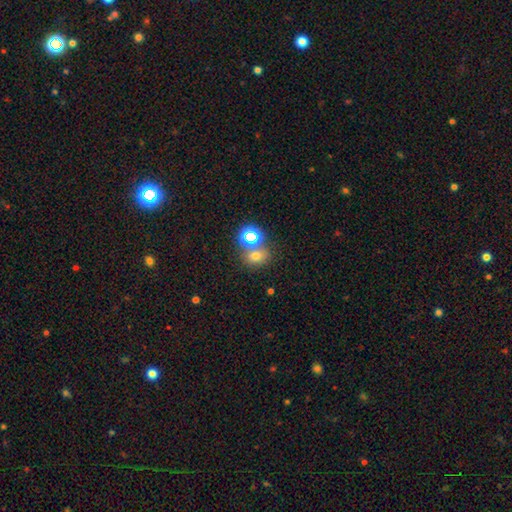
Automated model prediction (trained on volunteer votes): smooth 63%, star or artifact 27%, featured or disk 10%. Down the decision tree: how rounded — round (53%); merging — none (59%).